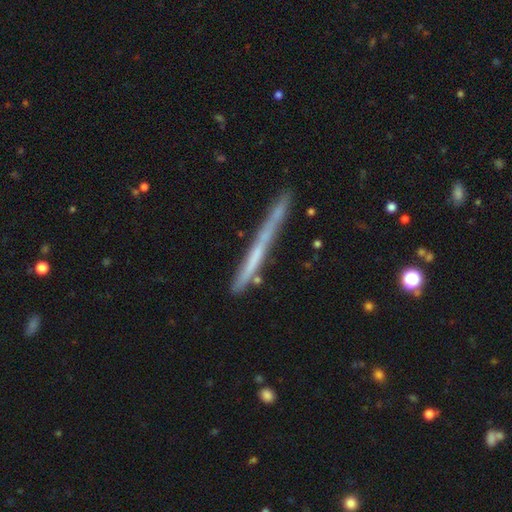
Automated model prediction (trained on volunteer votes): This is possibly a featured or disk galaxy (55%). It is clearly viewed edge-on (94%). Edge-on bulge: clearly none (90%). Merging: likely none (76%).